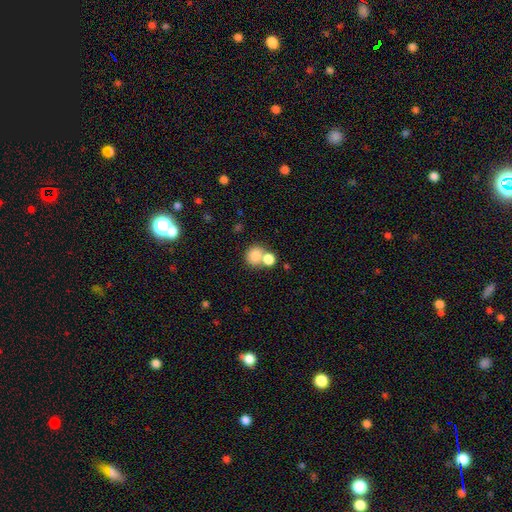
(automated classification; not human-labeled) smooth 80%, star or artifact 10%, featured or disk 10%. Down the decision tree: how rounded — round (77%); merging — merger (47%).